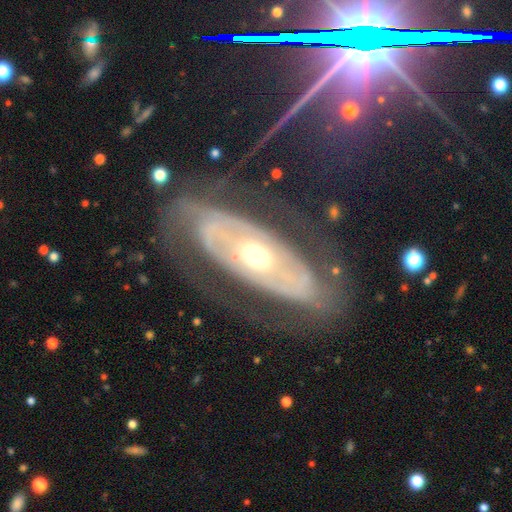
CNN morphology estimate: Smooth or featured? Predicted: featured or disk (p=0.80). Edge-on disk? Predicted: no (p=0.87). Bar? Predicted: no (p=0.68). Spiral arms? Predicted: yes (p=0.67). Bulge size? Predicted: moderate (p=0.71). Merging? Predicted: none (p=0.73).